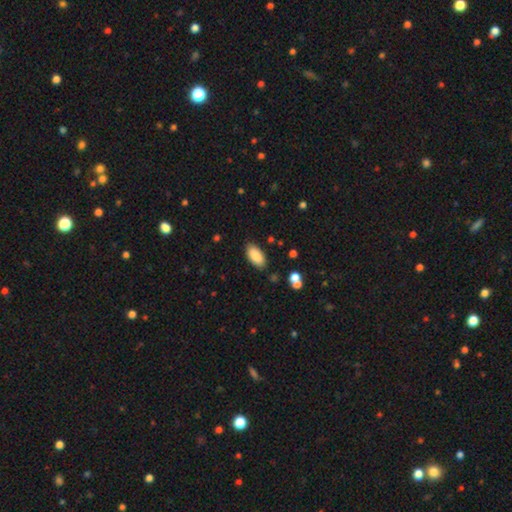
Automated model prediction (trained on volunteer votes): Smooth or featured?
  - smooth: 88% *
  - star or artifact: 7%
  - featured or disk: 5%
How rounded?
  - in between: 93% *
  - cigar-shaped: 5%
  - round: 2%
Merging?
  - none: 85% *
  - minor disturbance: 10%
  - major disturbance: 2%
  - merger: 2%